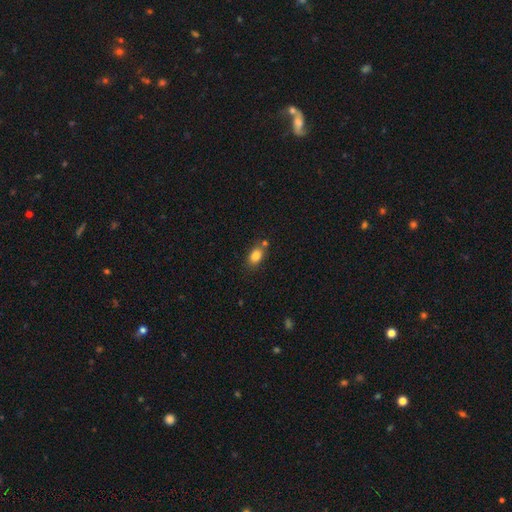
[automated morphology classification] The model was most divided on "merging": none: 70%, minor disturbance: 14%, merger: 12%, major disturbance: 4%. More confident: smooth or featured — smooth (84%); how rounded — in between (82%).